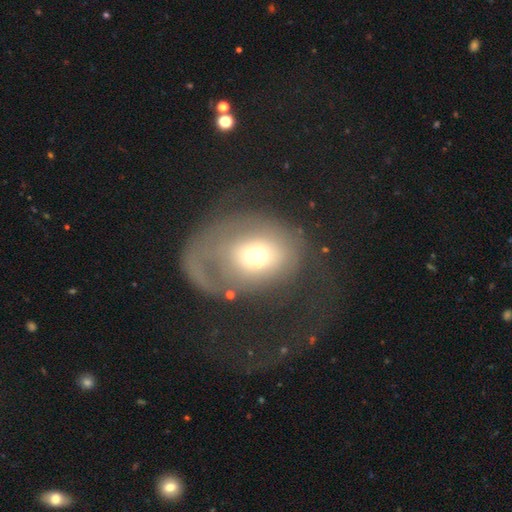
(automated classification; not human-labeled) smooth_or_featured: smooth (p=0.47) [alt: featured or disk p=0.42]
merging: major disturbance (p=0.60) [alt: none p=0.23]